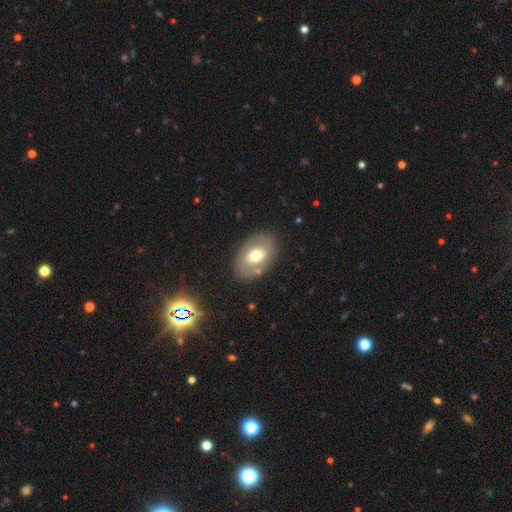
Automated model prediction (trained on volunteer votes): Smooth or featured: smooth — 57% (featured or disk — 35%)
How rounded: in between — 86% (round — 13%)
Merging: none — 78% (minor disturbance — 13%)